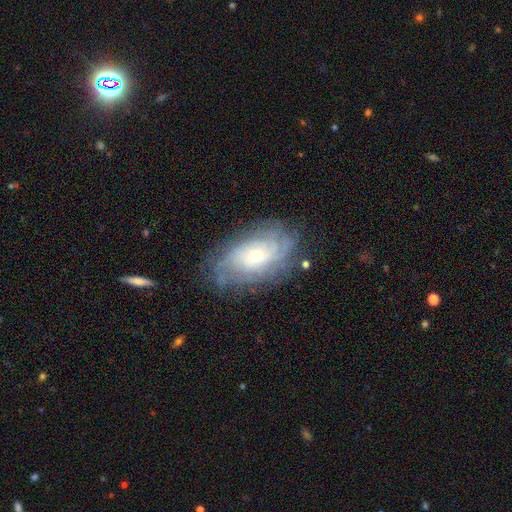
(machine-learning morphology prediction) Smooth or featured? Predicted: featured or disk (p=0.73). Edge-on disk? Predicted: no (p=0.94). Bar? Predicted: no (p=0.76). Spiral arms? Predicted: yes (p=0.88). Spiral winding? Predicted: tight (p=0.68). Spiral arm count? Predicted: can't tell (p=0.56). Bulge size? Predicted: small (p=0.58). Merging? Predicted: none (p=0.73).